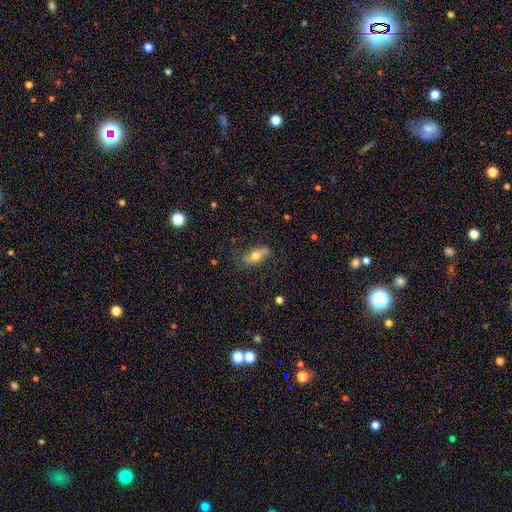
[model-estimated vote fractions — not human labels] Smooth or featured: smooth — 63% (featured or disk — 30%)
How rounded: in between — 78% (cigar-shaped — 16%)
Merging: none — 76% (minor disturbance — 17%)